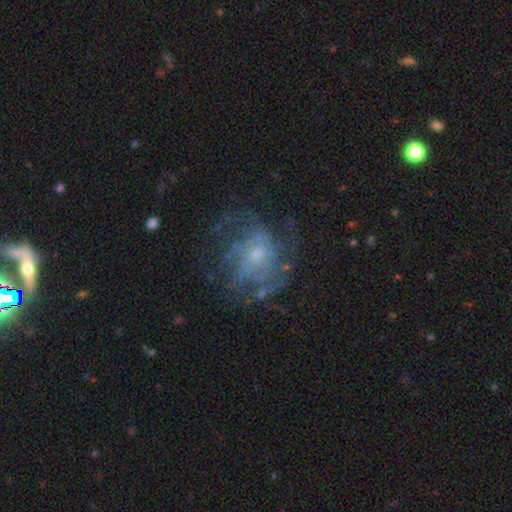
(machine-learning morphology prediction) smooth_or_featured: featured or disk (p=0.72) [alt: smooth p=0.17]
disk_edge_on: no (p=0.98) [alt: yes p=0.02]
bar: no (p=0.78) [alt: weak p=0.20]
has_spiral_arms: yes (p=0.68) [alt: no p=0.32]
bulge_size: small (p=0.53) [alt: moderate p=0.37]
merging: none (p=0.61) [alt: major disturbance p=0.20]